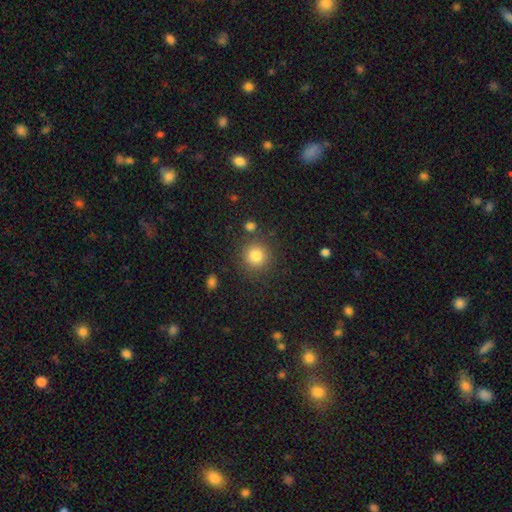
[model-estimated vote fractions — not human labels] This appears to be a smooth galaxy with no disk features (83%) that is round (92%). Merging: none (84%).